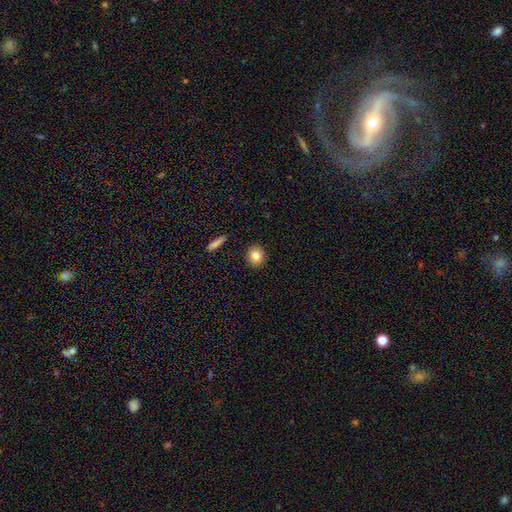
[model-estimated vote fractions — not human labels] The model was most divided on "how rounded": round: 84%, in between: 14%, cigar-shaped: 1%. More confident: merging — none (91%); smooth or featured — smooth (83%).